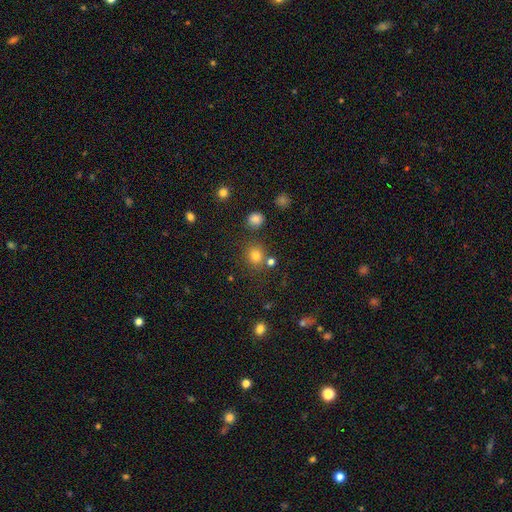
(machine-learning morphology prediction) Smooth or featured? smooth (78%)
How rounded? round (82%)
Merging? none (75%)